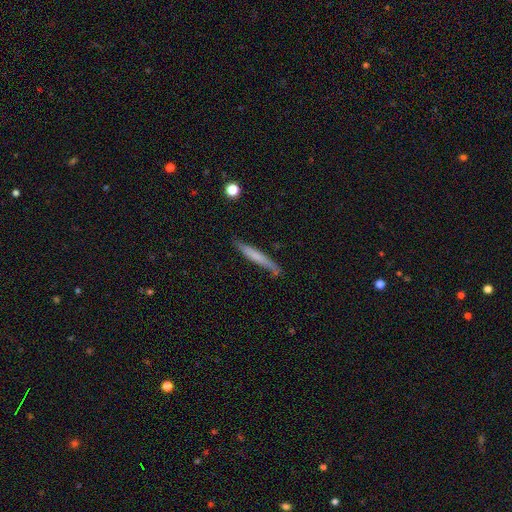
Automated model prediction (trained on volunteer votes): smooth_or_featured: smooth (p=0.59) [alt: featured or disk p=0.35]
how_rounded: cigar-shaped (p=0.95) [alt: in between p=0.04]
merging: none (p=0.75) [alt: minor disturbance p=0.19]